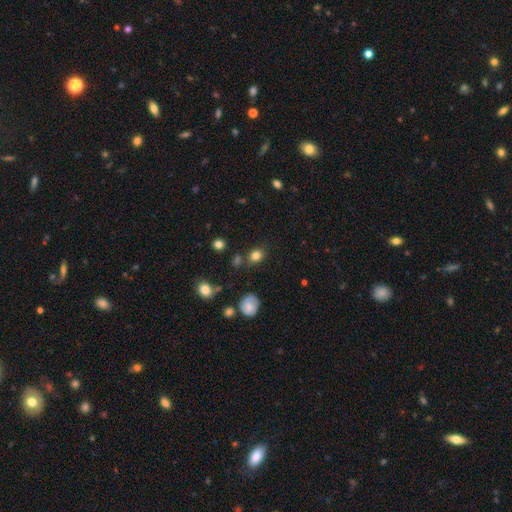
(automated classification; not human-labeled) Q: Smooth or featured?
A: smooth (80%); runner-up: star or artifact (12%)
Q: How rounded?
A: round (52%); runner-up: in between (46%)
Q: Merging?
A: none (75%); runner-up: minor disturbance (14%)